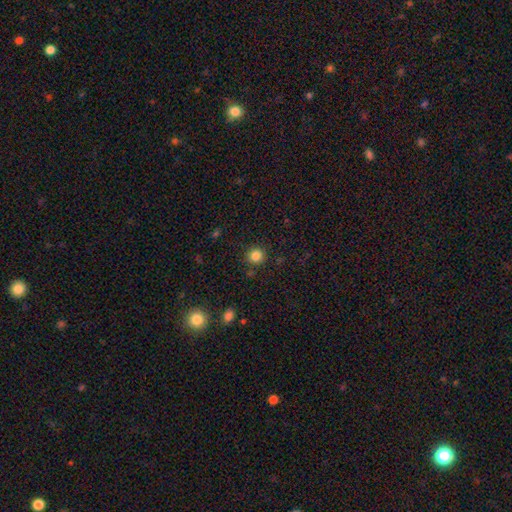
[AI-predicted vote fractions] smooth_or_featured: smooth (p=0.84) [alt: star or artifact p=0.12]
how_rounded: round (p=0.92) [alt: in between p=0.07]
merging: none (p=0.88) [alt: minor disturbance p=0.07]